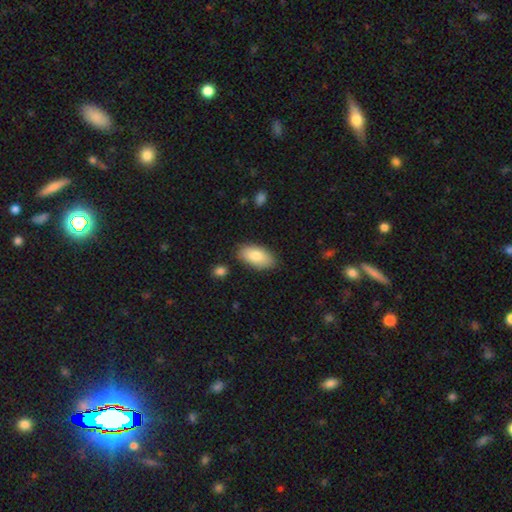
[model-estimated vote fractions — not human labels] Smooth or featured? Predicted: smooth (p=0.82). How rounded? Predicted: in between (p=0.94). Merging? Predicted: none (p=0.82).